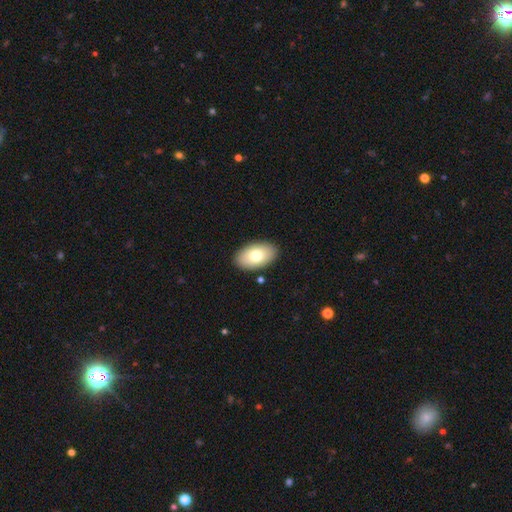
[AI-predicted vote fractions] Smooth or featured? smooth (76%)
How rounded? in between (94%)
Merging? none (89%)